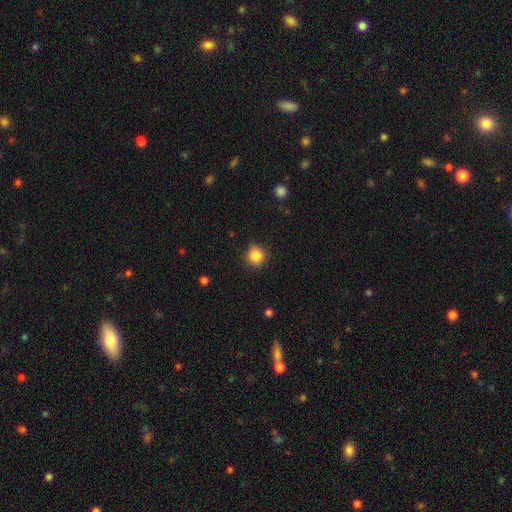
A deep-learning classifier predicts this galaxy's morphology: Smooth or featured: smooth — 87% (star or artifact — 10%)
How rounded: round — 88% (in between — 11%)
Merging: none — 88% (minor disturbance — 9%)